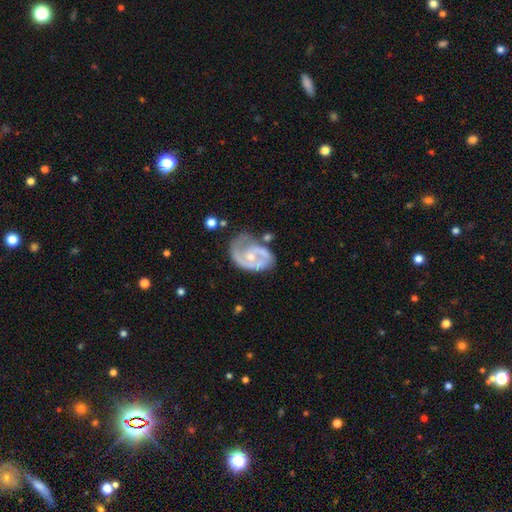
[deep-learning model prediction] Smooth or featured?
  - featured or disk: 85% *
  - smooth: 9%
  - star or artifact: 5%
Edge-on disk?
  - no: 97% *
  - yes: 3%
Bar?
  - no: 63% *
  - weak: 29%
  - strong: 7%
Spiral arms?
  - yes: 92% *
  - no: 8%
Spiral winding?
  - medium: 45% *
  - tight: 38%
  - loose: 17%
Spiral arm count?
  - 2: 67% *
  - 1: 14%
  - can't tell: 10%
  - 3: 5%
  - 4: 2%
  - more than 4: 2%
Bulge size?
  - small: 54% *
  - moderate: 42%
  - none: 2%
  - large: 1%
  - dominant: 1%
Merging?
  - none: 47% *
  - minor disturbance: 27%
  - major disturbance: 17%
  - merger: 9%